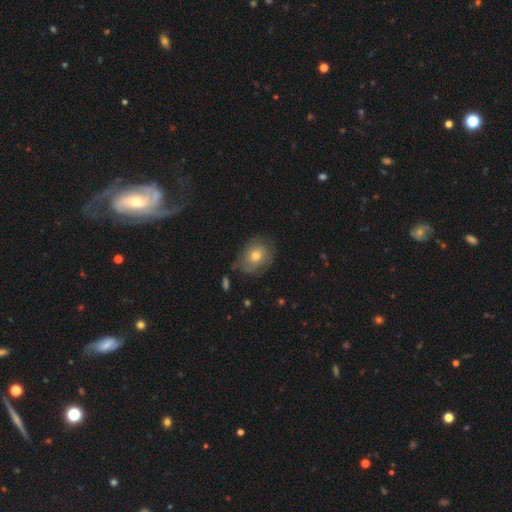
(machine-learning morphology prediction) type=smooth (62%); roundness=round (62%); merging=none (65%).